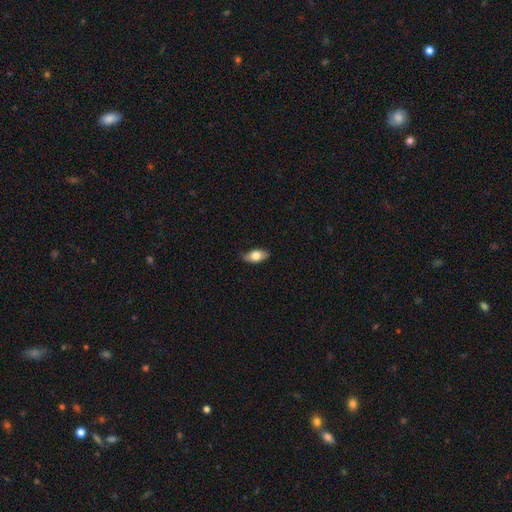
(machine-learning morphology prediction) smooth_or_featured: smooth (p=0.73) [alt: featured or disk p=0.21]
how_rounded: in between (p=0.89) [alt: cigar-shaped p=0.07]
merging: none (p=0.83) [alt: minor disturbance p=0.14]